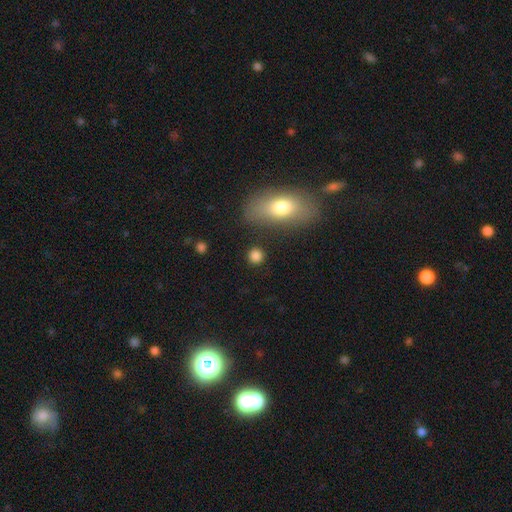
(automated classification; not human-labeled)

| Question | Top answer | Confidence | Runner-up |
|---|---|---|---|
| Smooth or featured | smooth | 83% | star or artifact (11%) |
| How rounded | round | 89% | in between (10%) |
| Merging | none | 86% | minor disturbance (7%) |